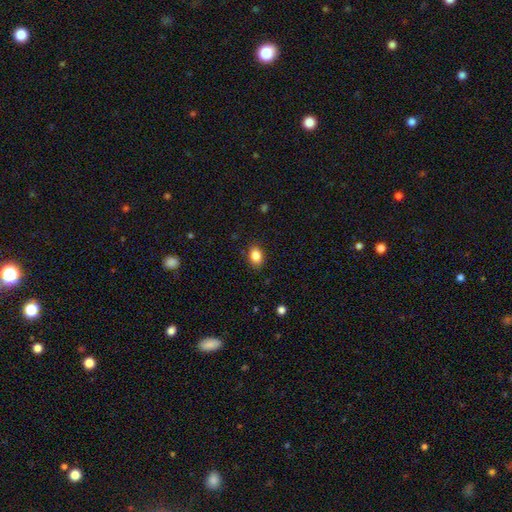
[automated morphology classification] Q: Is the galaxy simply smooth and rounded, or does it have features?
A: smooth — 86%.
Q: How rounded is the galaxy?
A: in between — 66%.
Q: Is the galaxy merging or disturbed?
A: none — 85%.